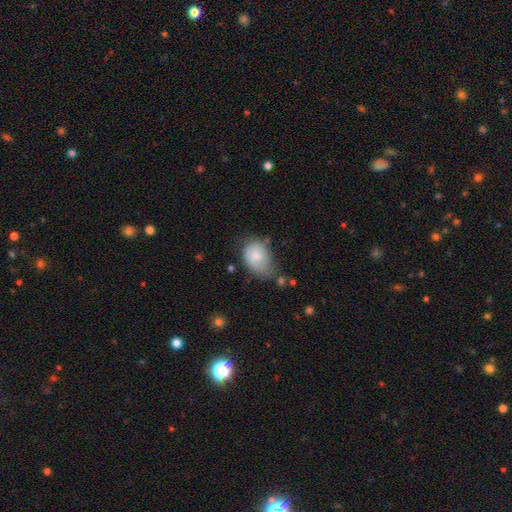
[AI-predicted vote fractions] A smooth galaxy with no disk features (78%) that is in between round and cigar-shaped (76%). Merging: none (42%).